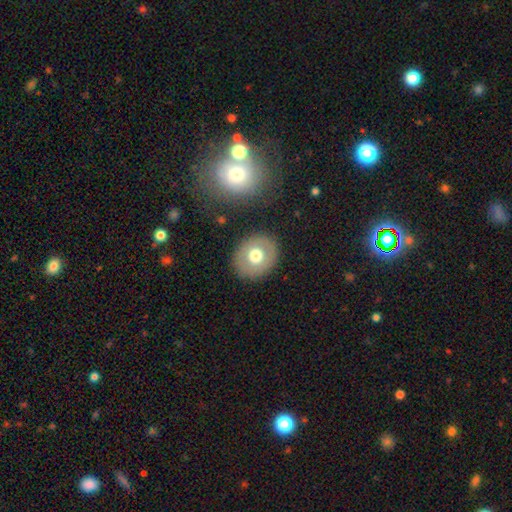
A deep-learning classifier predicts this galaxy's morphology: Smooth or featured?
  - smooth: 63% *
  - featured or disk: 29%
  - star or artifact: 8%
How rounded?
  - round: 71% *
  - in between: 28%
  - cigar-shaped: 1%
Merging?
  - none: 86% *
  - minor disturbance: 8%
  - major disturbance: 3%
  - merger: 2%